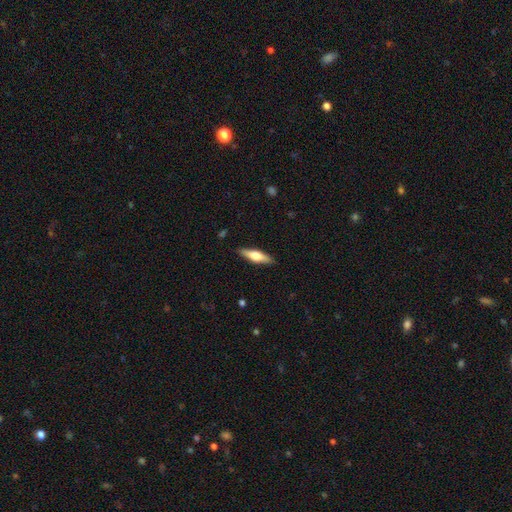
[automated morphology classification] Smooth or featured? Predicted: smooth (p=0.49). Merging? Predicted: none (p=0.88).